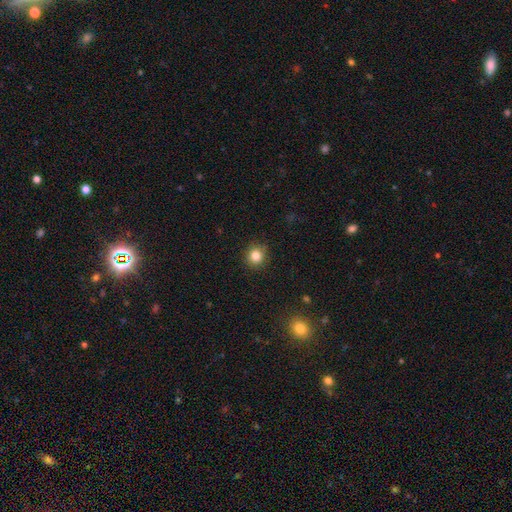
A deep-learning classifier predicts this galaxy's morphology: Overall: smooth (83%). How rounded: round (90%). Merging: none (90%).